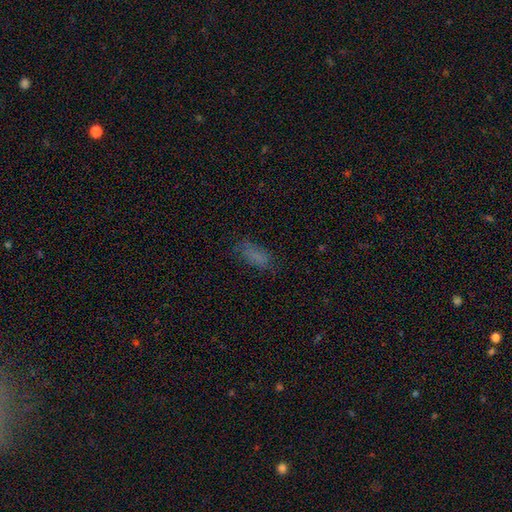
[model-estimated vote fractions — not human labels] Smooth or featured: smooth — 73% (star or artifact — 15%)
How rounded: in between — 76% (cigar-shaped — 21%)
Merging: none — 64% (minor disturbance — 22%)